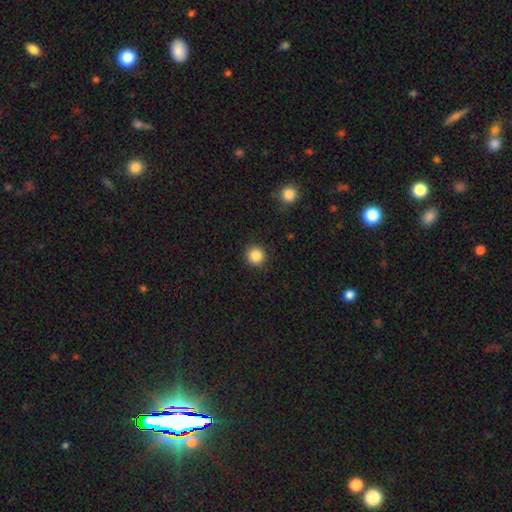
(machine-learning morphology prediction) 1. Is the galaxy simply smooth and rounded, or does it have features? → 86% smooth, 10% star or artifact, 4% featured or disk.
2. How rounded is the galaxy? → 95% round, 4% in between, 1% cigar-shaped.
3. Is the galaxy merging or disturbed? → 91% none, 6% minor disturbance, 2% major disturbance, 1% merger.